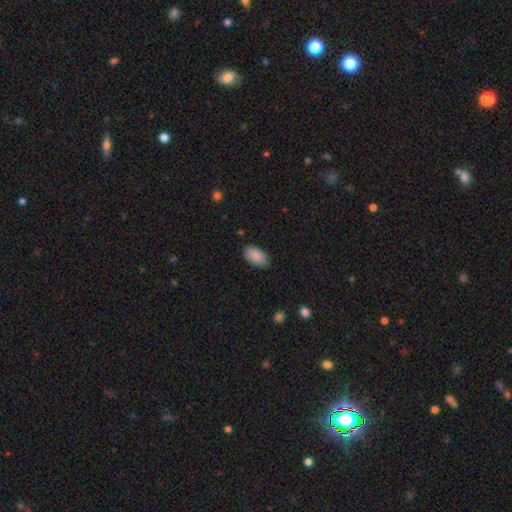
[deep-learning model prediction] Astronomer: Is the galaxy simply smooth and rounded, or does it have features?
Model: smooth — 89%.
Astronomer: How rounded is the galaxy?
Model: in between — 94%.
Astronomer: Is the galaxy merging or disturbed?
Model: none — 84%.